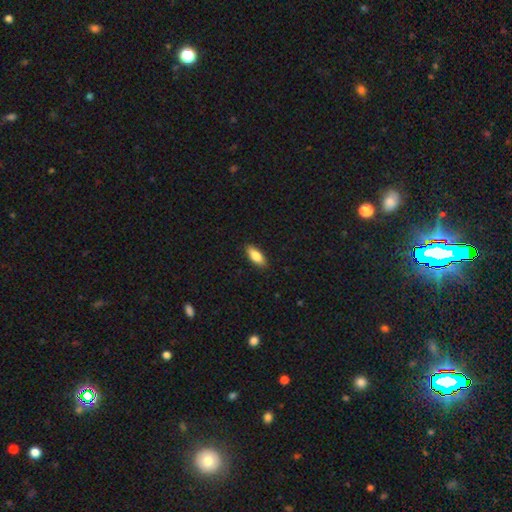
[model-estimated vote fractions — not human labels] Q: Smooth or featured?
A: smooth (82%); runner-up: featured or disk (12%)
Q: How rounded?
A: in between (81%); runner-up: cigar-shaped (17%)
Q: Merging?
A: none (89%); runner-up: minor disturbance (9%)